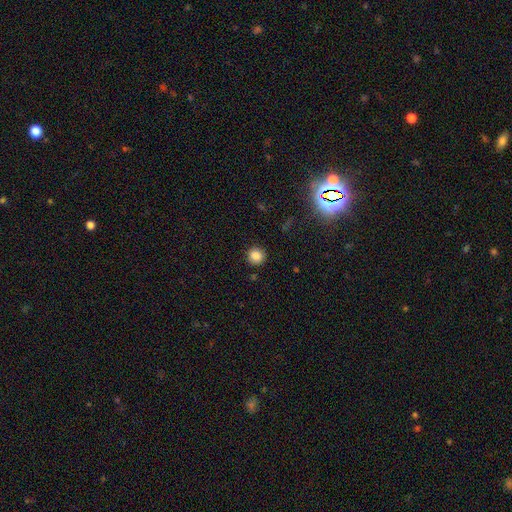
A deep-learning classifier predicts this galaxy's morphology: Smooth or featured?
  - smooth: 84% *
  - star or artifact: 12%
  - featured or disk: 4%
How rounded?
  - round: 92% *
  - in between: 7%
  - cigar-shaped: 1%
Merging?
  - none: 90% *
  - minor disturbance: 6%
  - major disturbance: 2%
  - merger: 1%